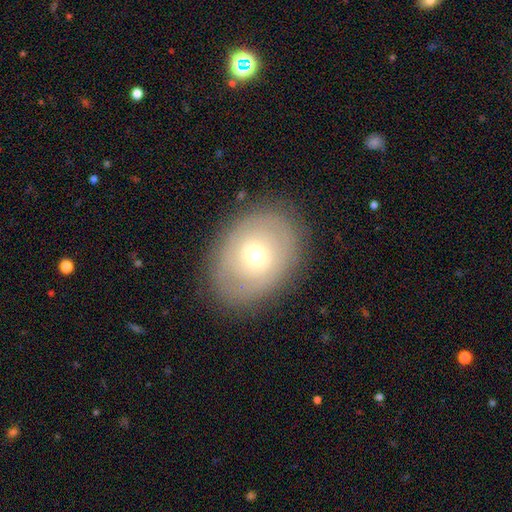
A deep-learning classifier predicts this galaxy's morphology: Smooth or featured?
  - smooth: 54% *
  - featured or disk: 37%
  - star or artifact: 10%
How rounded?
  - in between: 62% *
  - round: 37%
  - cigar-shaped: 1%
Merging?
  - none: 84% *
  - minor disturbance: 11%
  - major disturbance: 4%
  - merger: 1%